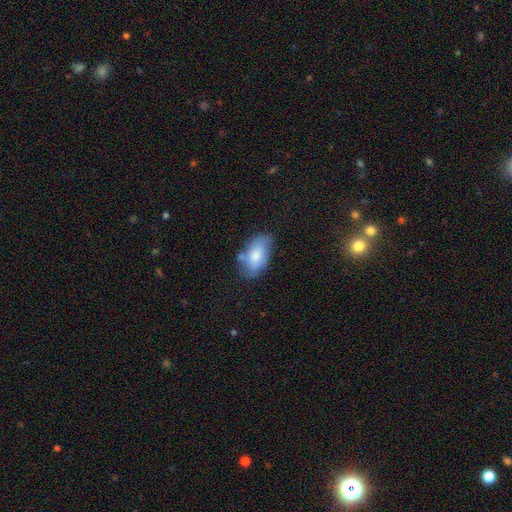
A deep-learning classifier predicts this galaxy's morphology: smooth_or_featured: smooth (p=0.73) [alt: featured or disk p=0.20]
how_rounded: in between (p=0.94) [alt: round p=0.04]
merging: none (p=0.53) [alt: minor disturbance p=0.30]